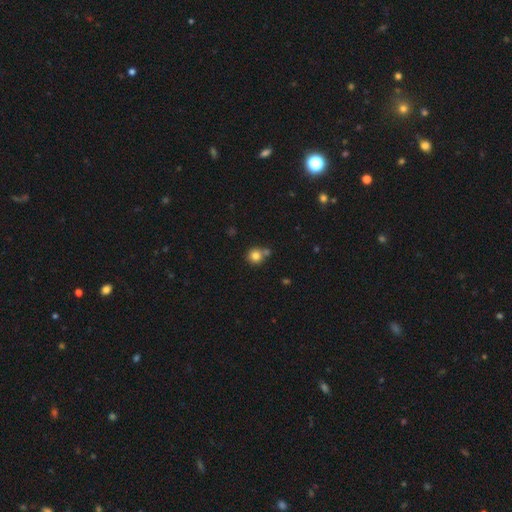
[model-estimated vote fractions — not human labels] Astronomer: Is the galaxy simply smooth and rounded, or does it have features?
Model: smooth — 82%.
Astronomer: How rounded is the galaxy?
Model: round — 91%.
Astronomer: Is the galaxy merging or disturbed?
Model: none — 63%.